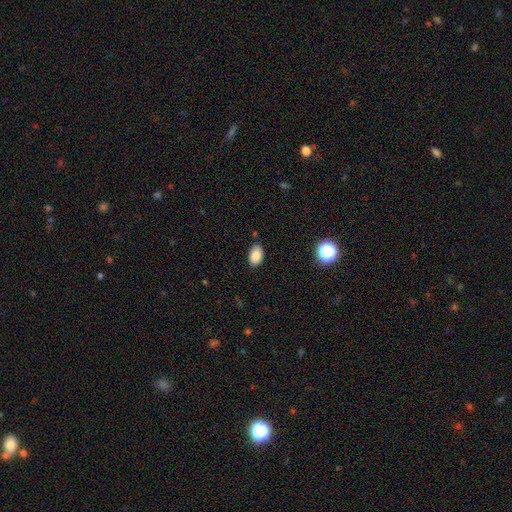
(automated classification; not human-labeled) This is clearly a smooth galaxy (86%). How rounded: clearly in between (90%). Merging: clearly none (84%).